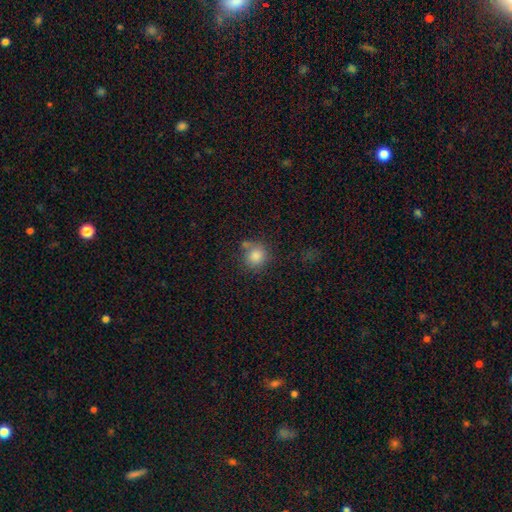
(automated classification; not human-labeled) Smooth or featured?
  - smooth: 84% *
  - star or artifact: 10%
  - featured or disk: 6%
How rounded?
  - round: 88% *
  - in between: 11%
  - cigar-shaped: 1%
Merging?
  - none: 67% *
  - minor disturbance: 15%
  - merger: 13%
  - major disturbance: 5%